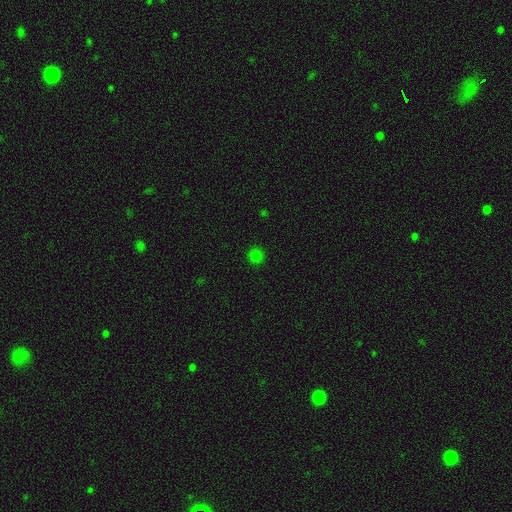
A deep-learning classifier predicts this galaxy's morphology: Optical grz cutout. It shows a smooth galaxy with no disk features (80%) that is round (94%). Merging: none (92%).